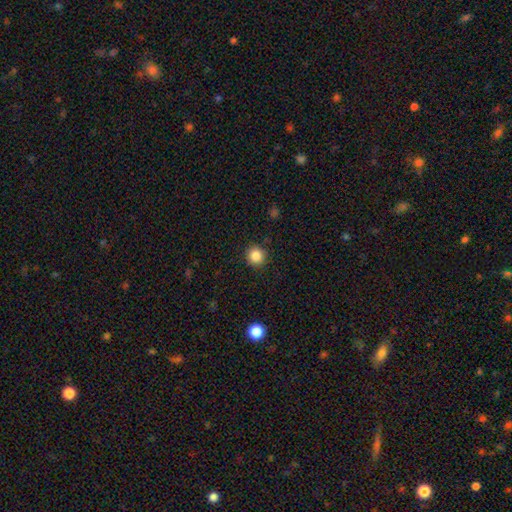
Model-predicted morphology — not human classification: Smooth or featured? Predicted: smooth (p=0.86). How rounded? Predicted: round (p=0.93). Merging? Predicted: none (p=0.91).